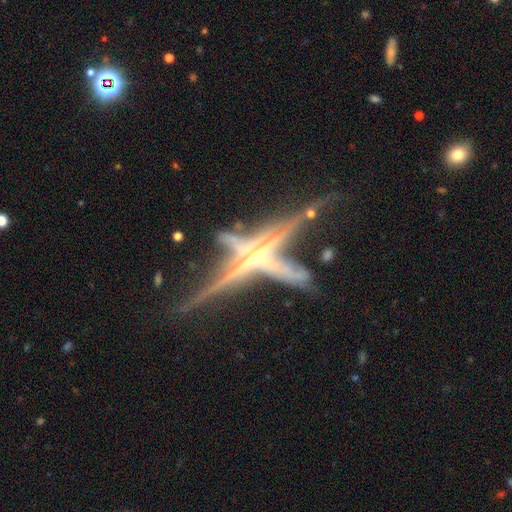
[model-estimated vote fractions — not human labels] Smooth or featured? featured or disk (77%)
Edge-on disk? yes (90%)
Edge-on bulge? rounded (64%)
Merging? none (57%)